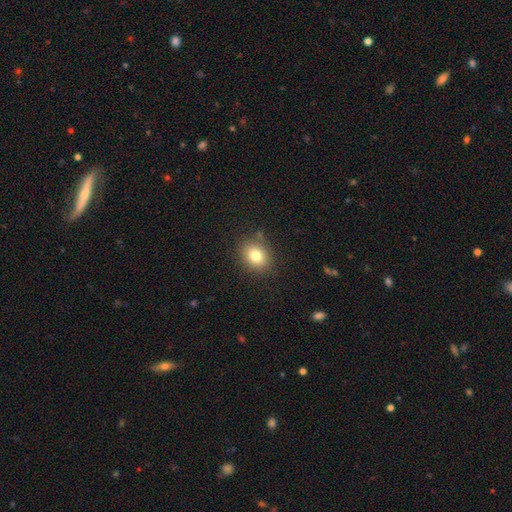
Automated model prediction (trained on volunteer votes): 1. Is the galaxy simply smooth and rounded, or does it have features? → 79% smooth, 11% star or artifact, 10% featured or disk.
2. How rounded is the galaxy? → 51% round, 48% in between, 1% cigar-shaped.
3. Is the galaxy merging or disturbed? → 82% none, 12% minor disturbance, 3% major disturbance, 3% merger.